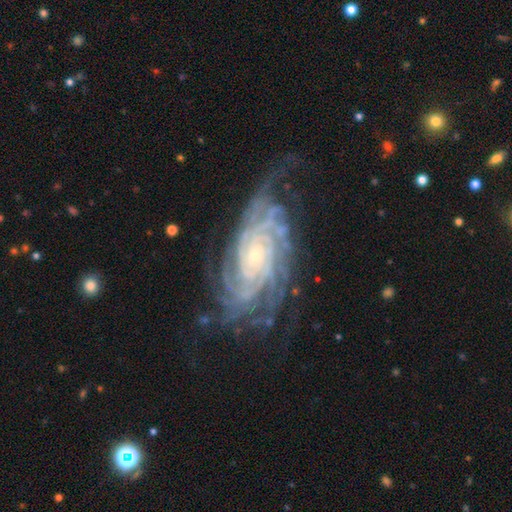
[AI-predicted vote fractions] A featured or disk galaxy (90%) with no bar (70%), more than 4 (27%) tight (81%) spiral arms (98%) and a small central bulge (78%).

Vote fractions:
- Smooth or featured? featured or disk: 90% / star or artifact: 6% / smooth: 4%
- Edge-on disk? no: 96% / yes: 4%
- Bar? no: 70% / weak: 21% / strong: 9%
- Spiral arms? yes: 98% / no: 2%
- Spiral winding? tight: 81% / medium: 16% / loose: 3%
- Spiral arm count? more than 4: 27% / 4: 23% / can't tell: 21% / 3: 12% / 2: 10% / 1: 7%
- Bulge size? small: 78% / moderate: 18% / none: 2% / large: 2% / dominant: 1%
- Merging? none: 70% / minor disturbance: 19% / major disturbance: 9% / merger: 2%